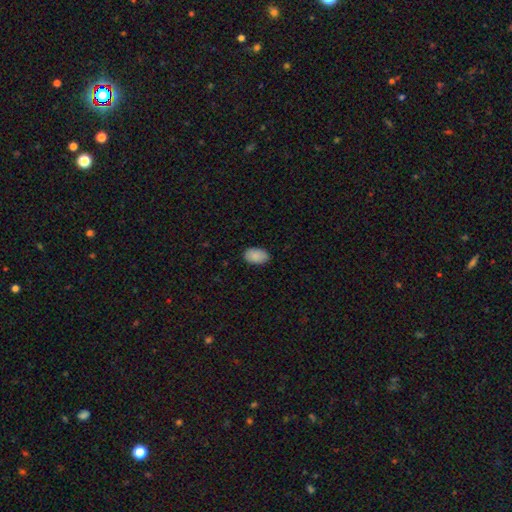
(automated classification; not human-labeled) Smooth or featured? smooth (89%)
How rounded? in between (92%)
Merging? none (86%)